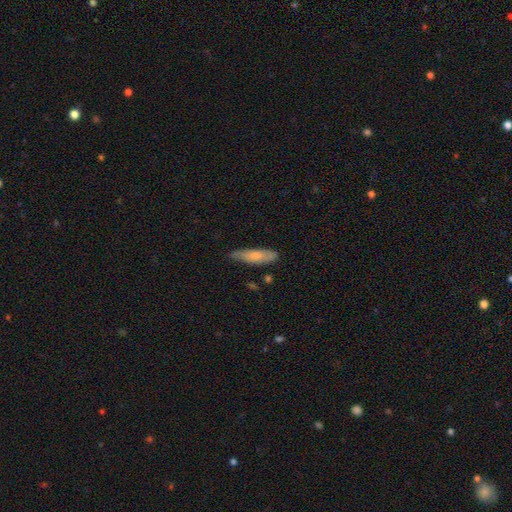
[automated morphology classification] Smooth or featured? smooth (74%)
How rounded? cigar-shaped (74%)
Merging? none (72%)